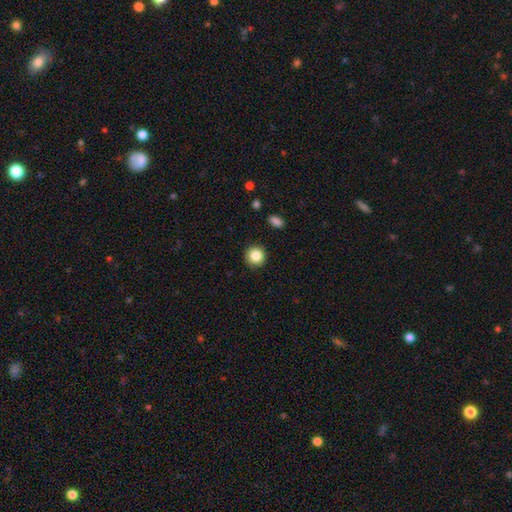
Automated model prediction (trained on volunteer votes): smooth 86%, star or artifact 9%, featured or disk 5%. Down the decision tree: how rounded — round (93%); merging — none (91%).